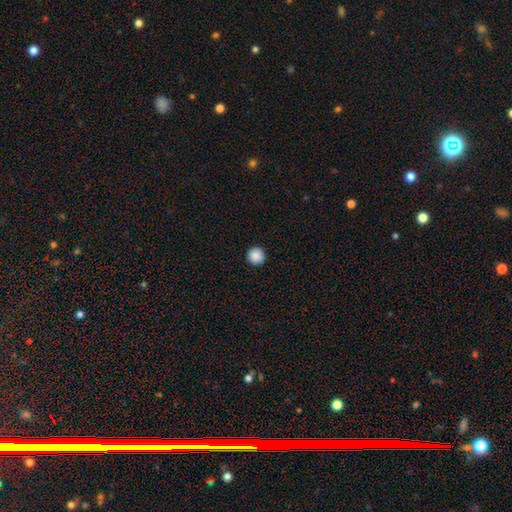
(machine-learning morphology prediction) smooth 89%, star or artifact 9%, featured or disk 2%. Down the decision tree: how rounded — round (96%); merging — none (93%).